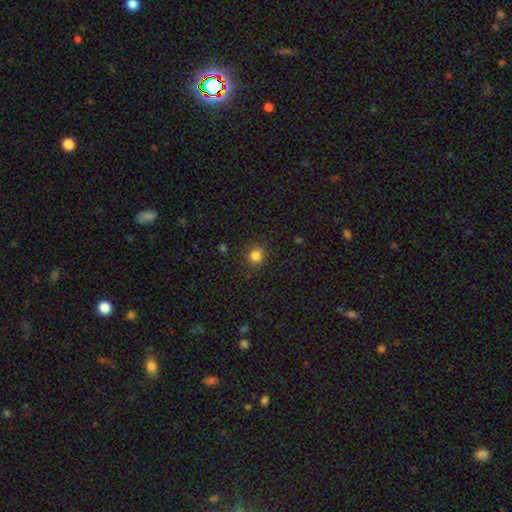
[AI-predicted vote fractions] Morphology: type=smooth (83%); roundness=round (90%); merging=none (89%).